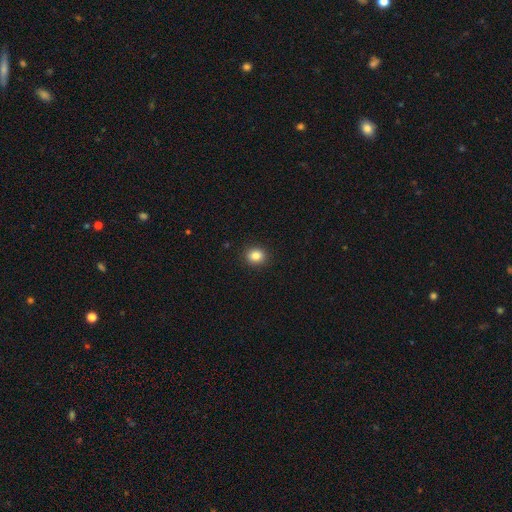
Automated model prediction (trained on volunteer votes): The model was most divided on "how rounded": round: 73%, in between: 26%, cigar-shaped: 1%. More confident: merging — none (91%); smooth or featured — smooth (85%).